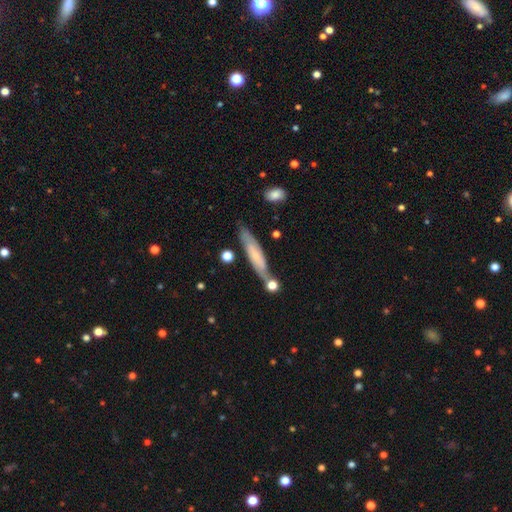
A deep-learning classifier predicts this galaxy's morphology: A smooth galaxy with no disk features (50%) that is cigar-shaped (85%). Merging: none (68%).